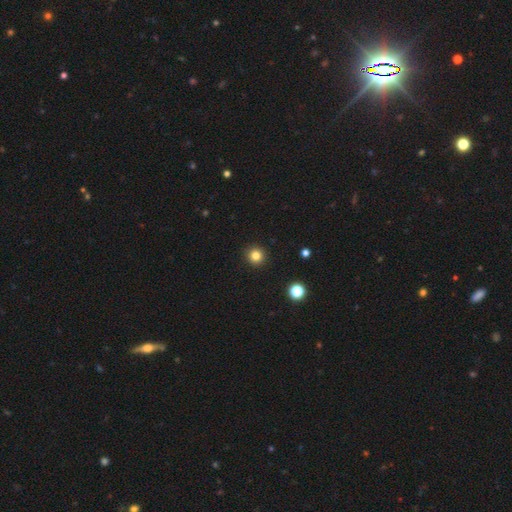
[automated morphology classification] smooth 82%, star or artifact 13%, featured or disk 5%. Down the decision tree: how rounded — round (95%); merging — none (93%).